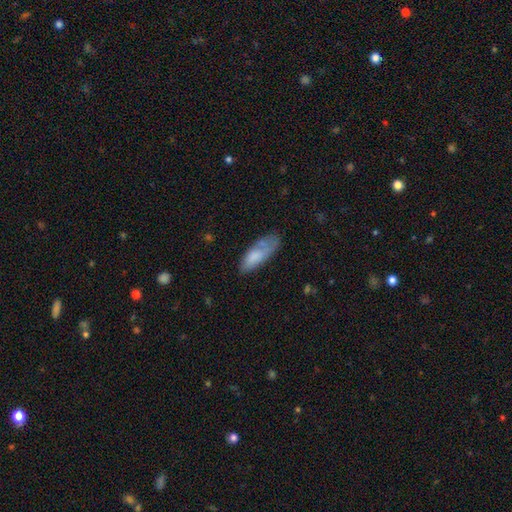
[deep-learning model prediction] smooth-or-featured: smooth: 73% | featured or disk: 21% | star or artifact: 7%
  how-rounded: in between: 67% | cigar-shaped: 31% | round: 2%
  merging: none: 49% | minor disturbance: 30% | major disturbance: 15% | merger: 6%